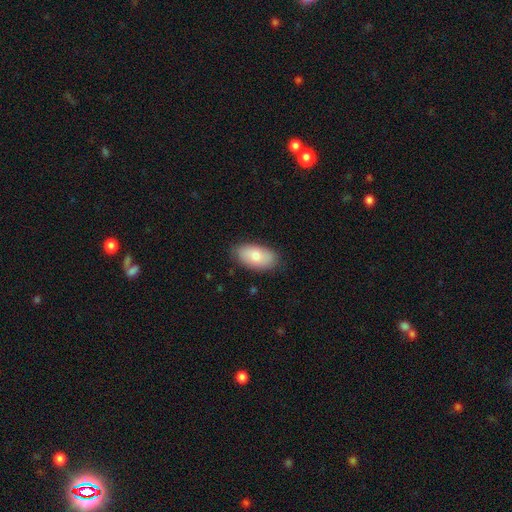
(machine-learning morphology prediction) The model was most divided on "smooth or featured": smooth: 77%, featured or disk: 17%, star or artifact: 6%. More confident: how rounded — in between (94%); merging — none (83%).